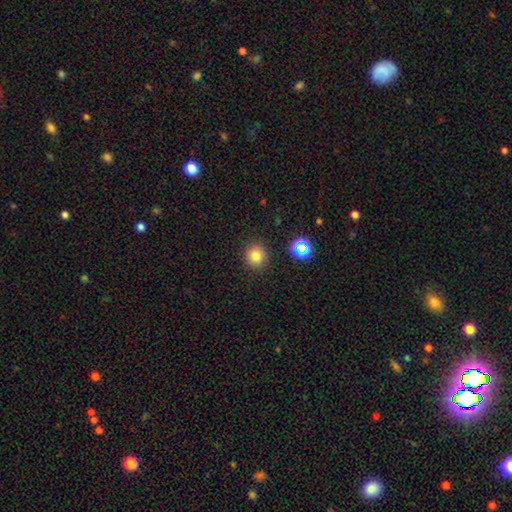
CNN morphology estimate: Smooth or featured: smooth — 79% (star or artifact — 14%)
How rounded: round — 87% (in between — 12%)
Merging: none — 89% (minor disturbance — 7%)